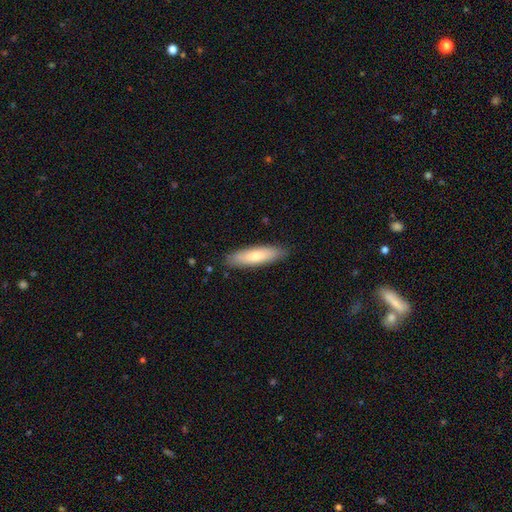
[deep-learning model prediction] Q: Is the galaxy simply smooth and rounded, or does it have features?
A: smooth — 69%.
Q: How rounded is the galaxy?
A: cigar-shaped — 65%.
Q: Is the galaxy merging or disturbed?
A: none — 87%.